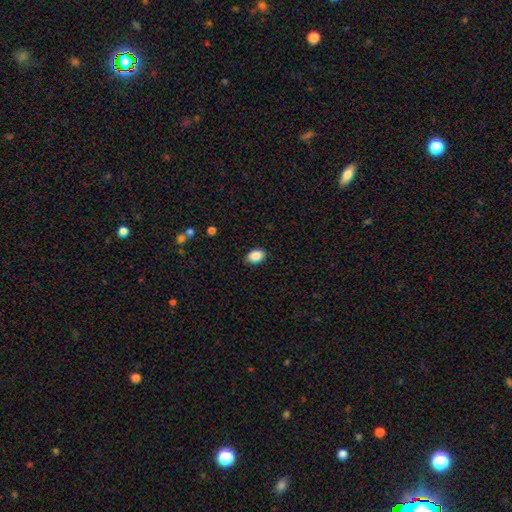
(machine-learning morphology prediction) A smooth galaxy with no disk features (88%) that is in between round and cigar-shaped (76%). Merging: none (86%).